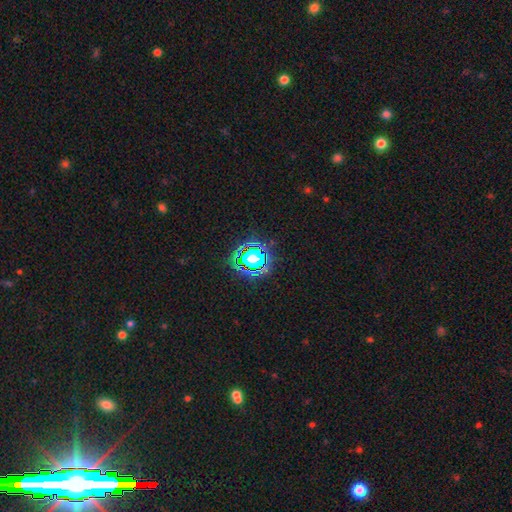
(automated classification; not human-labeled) star or artifact 61%, smooth 26%, featured or disk 13%.